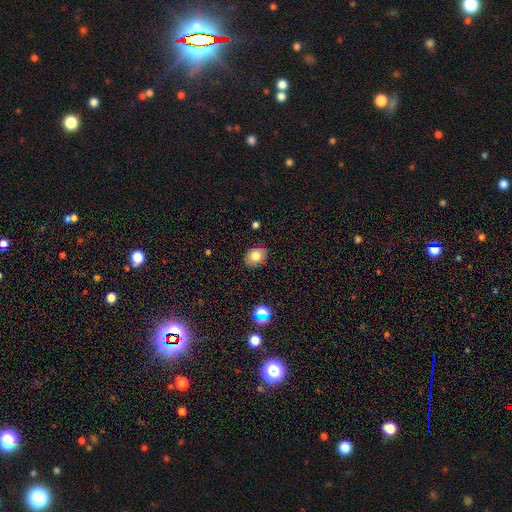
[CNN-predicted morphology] Smooth or featured? Predicted: smooth (p=0.77). How rounded? Predicted: in between (p=0.63). Merging? Predicted: none (p=0.85).